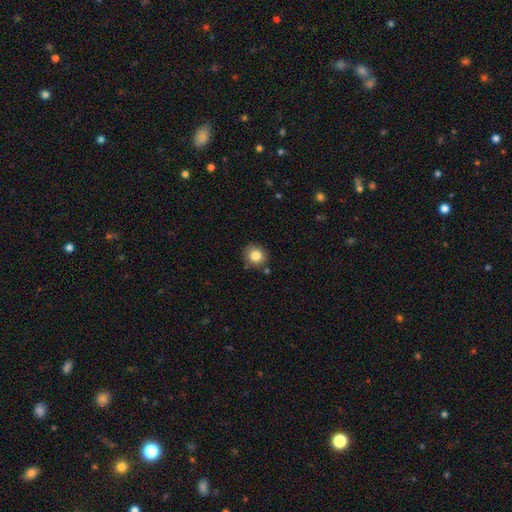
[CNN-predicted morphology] This appears to be a smooth galaxy with no disk features (83%) that is round (78%). Merging: none (82%).